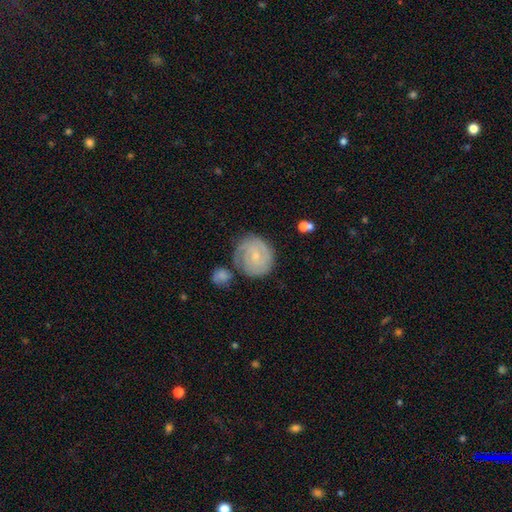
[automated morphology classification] The model was most divided on "spiral arm count": 2: 38%, can't tell: 26%, 3: 21%, 4: 6%, 1: 5%, more than 4: 4%. More confident: edge-on disk — no (98%); spiral arms — yes (94%); smooth or featured — featured or disk (75%); spiral winding — tight (73%); bulge size — small (73%); merging — none (66%); bar — no (59%).